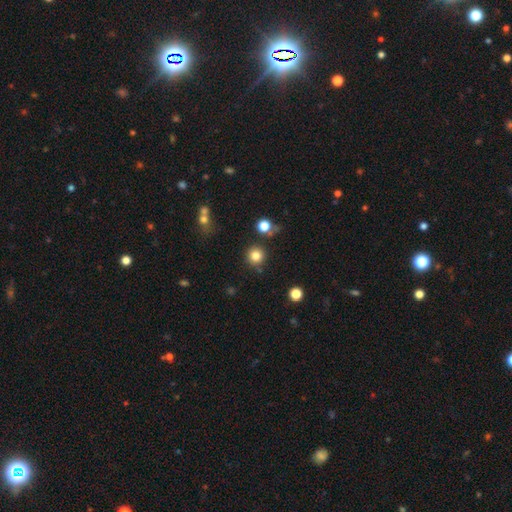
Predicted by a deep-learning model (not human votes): smooth_or_featured: smooth (p=0.81) [alt: star or artifact p=0.13]
how_rounded: round (p=0.94) [alt: in between p=0.05]
merging: none (p=0.83) [alt: minor disturbance p=0.09]